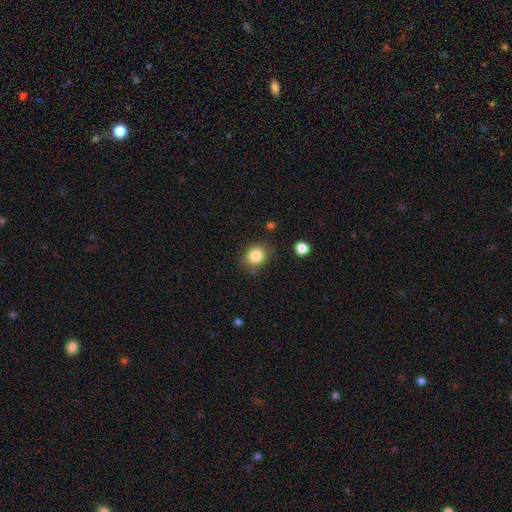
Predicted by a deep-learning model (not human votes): Smooth or featured: smooth — 84% (star or artifact — 10%)
How rounded: round — 67% (in between — 32%)
Merging: none — 79% (minor disturbance — 15%)